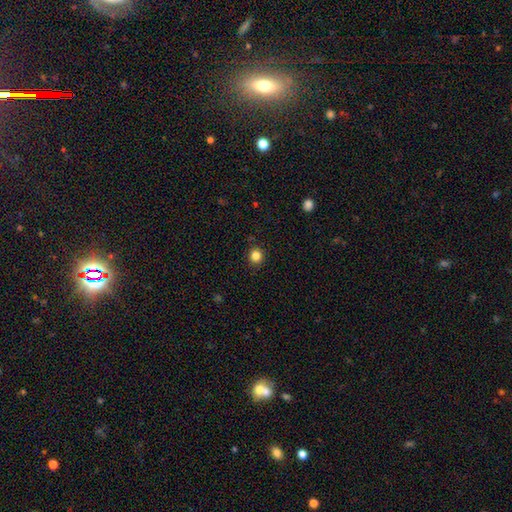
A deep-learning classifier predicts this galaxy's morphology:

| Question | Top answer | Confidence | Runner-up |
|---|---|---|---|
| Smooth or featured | smooth | 84% | star or artifact (12%) |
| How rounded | round | 88% | in between (11%) |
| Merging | none | 91% | minor disturbance (6%) |